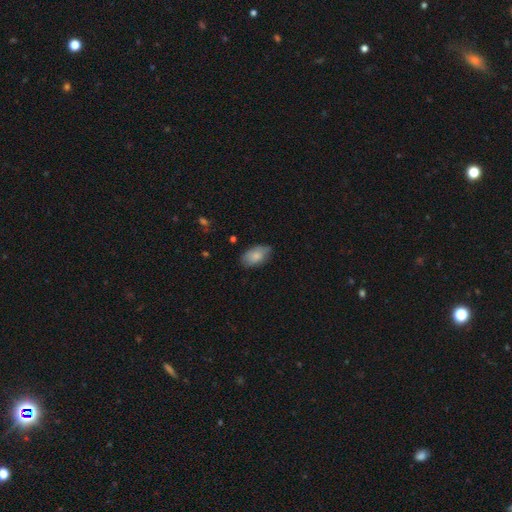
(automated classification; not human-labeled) Smooth or featured? smooth (82%)
How rounded? in between (93%)
Merging? none (71%)